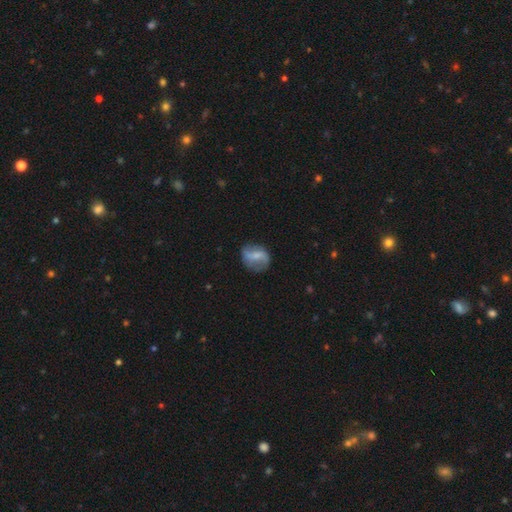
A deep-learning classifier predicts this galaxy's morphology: type=featured or disk (56%); edge-on=no (97%); bar=weak (46%); spiral arms=yes (77%); bulge=small (39%); merging=none (67%).